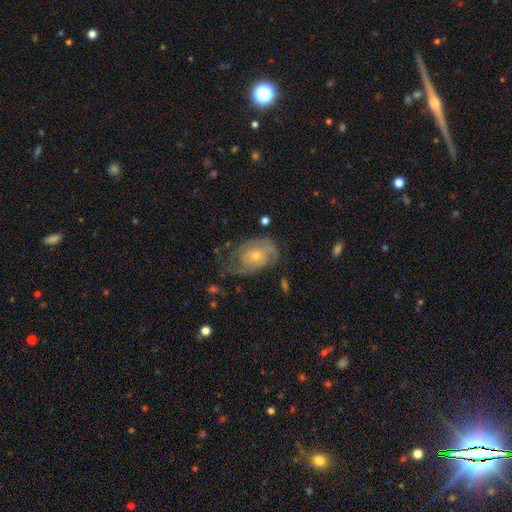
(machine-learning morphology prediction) A featured or disk galaxy (74%) with no bar (78%), can't tell (37%, tied with 2) tight (54%) spiral arms (85%) and a small central bulge (52%).

Vote fractions:
- Smooth or featured? featured or disk: 74% / smooth: 18% / star or artifact: 7%
- Edge-on disk? no: 96% / yes: 4%
- Bar? no: 78% / weak: 19% / strong: 3%
- Spiral arms? yes: 85% / no: 15%
- Spiral winding? tight: 54% / medium: 32% / loose: 14%
- Spiral arm count? can't tell: 37% (tied) / 2: 37% (tied) / 1: 10% / 3: 10% / 4: 3% / more than 4: 3%
- Bulge size? small: 52% / moderate: 44% / large: 2% / none: 1% / dominant: 1%
- Merging? none: 49% / minor disturbance: 27% / major disturbance: 21% / merger: 2%